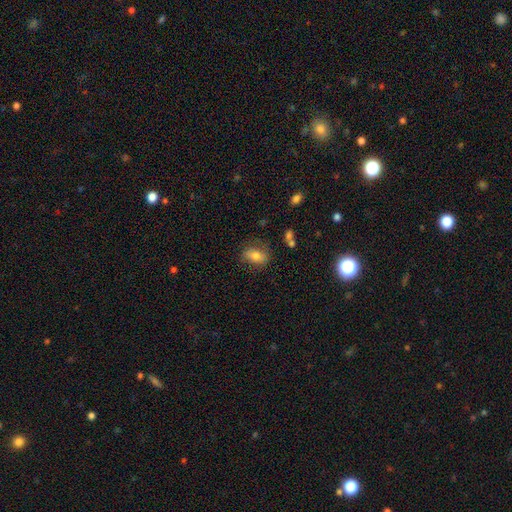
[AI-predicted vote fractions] Morphology: type=smooth (69%); roundness=in between (78%); merging=none (72%).